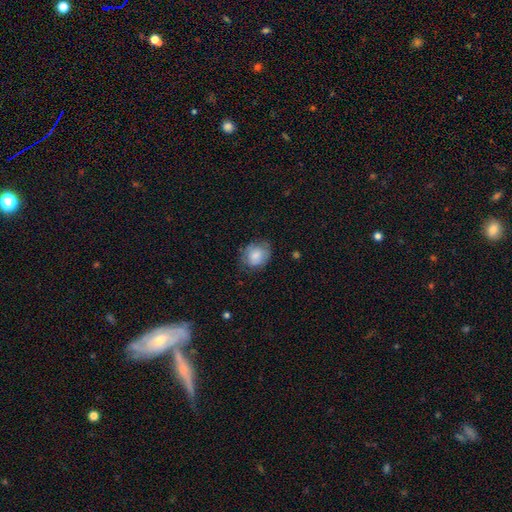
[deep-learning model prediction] The model was most divided on "how rounded": round: 58%, in between: 41%, cigar-shaped: 1%. More confident: smooth or featured — smooth (77%); merging — none (66%).